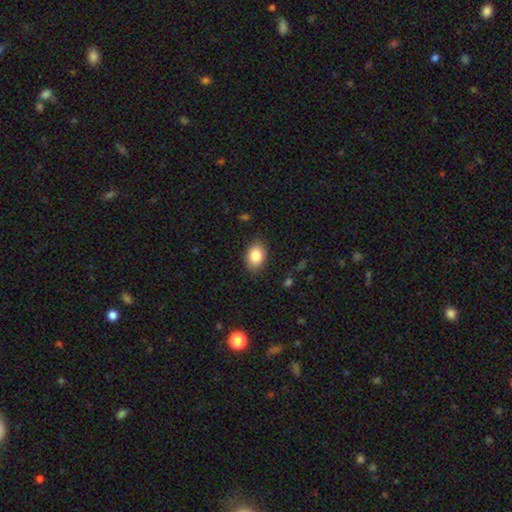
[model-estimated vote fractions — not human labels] Smooth or featured? Predicted: smooth (p=0.85). How rounded? Predicted: in between (p=0.80). Merging? Predicted: none (p=0.85).